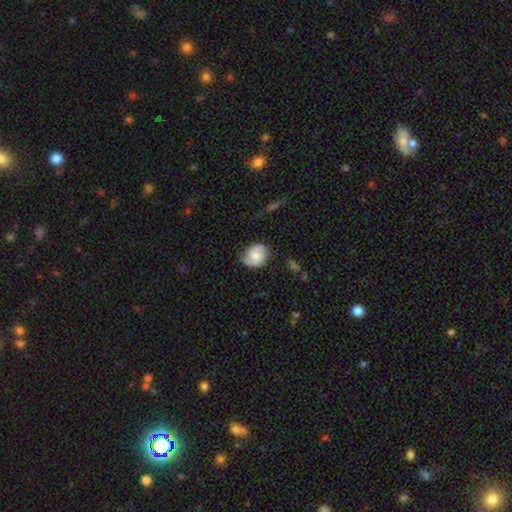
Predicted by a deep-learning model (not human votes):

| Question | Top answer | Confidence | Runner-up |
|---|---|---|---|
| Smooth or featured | smooth | 57% | featured or disk (36%) |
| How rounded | round | 62% | in between (37%) |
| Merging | none | 69% | minor disturbance (23%) |